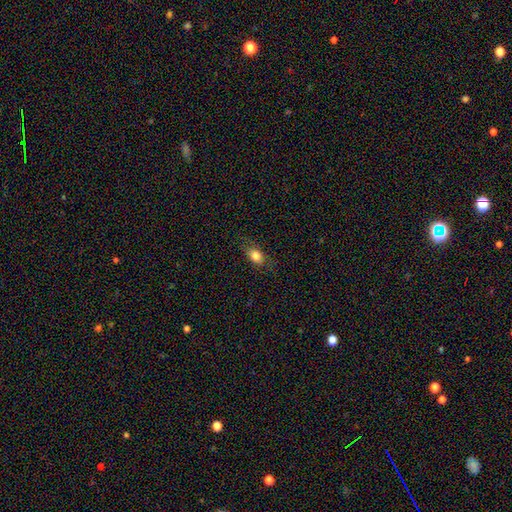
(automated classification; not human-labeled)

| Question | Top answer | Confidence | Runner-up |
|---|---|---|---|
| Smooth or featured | smooth | 79% | featured or disk (12%) |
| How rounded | in between | 79% | round (15%) |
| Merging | none | 75% | minor disturbance (18%) |